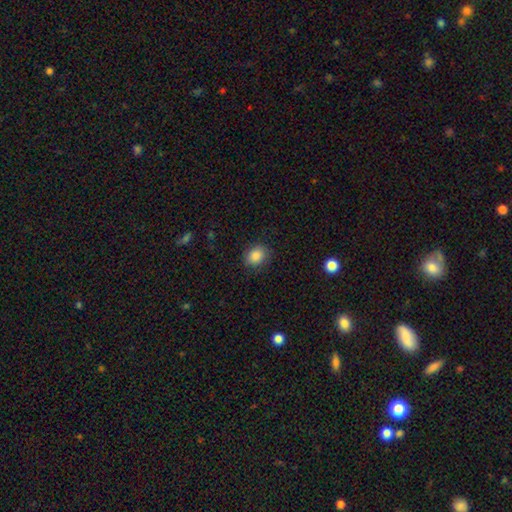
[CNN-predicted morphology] This is clearly a smooth galaxy (87%). How rounded: possibly round (59%). Merging: clearly none (84%).